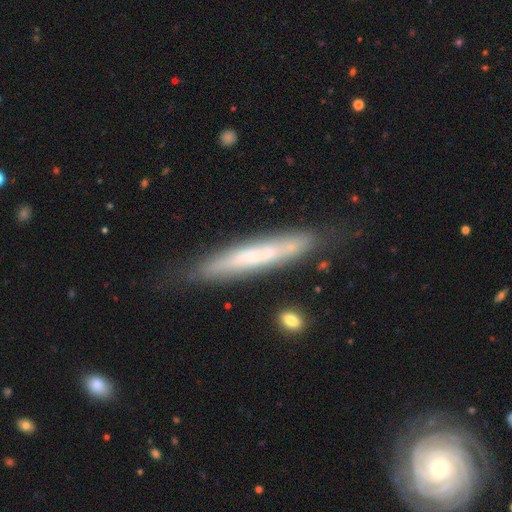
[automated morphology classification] type=featured or disk (51%); edge-on=yes (76%); merging=none (76%).